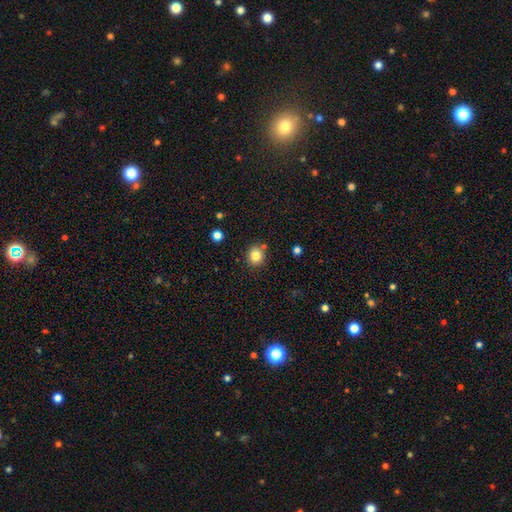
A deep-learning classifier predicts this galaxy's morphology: Overall: smooth (83%). How rounded: round (87%). Merging: none (84%).